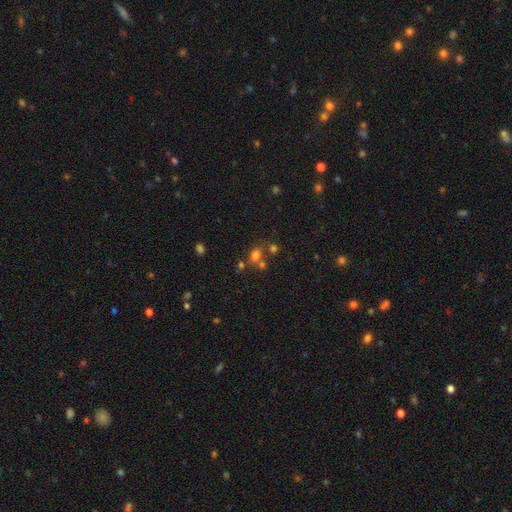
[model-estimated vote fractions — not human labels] smooth 68%, star or artifact 22%, featured or disk 10%. Down the decision tree: how rounded — in between (51%); merging — none (55%).